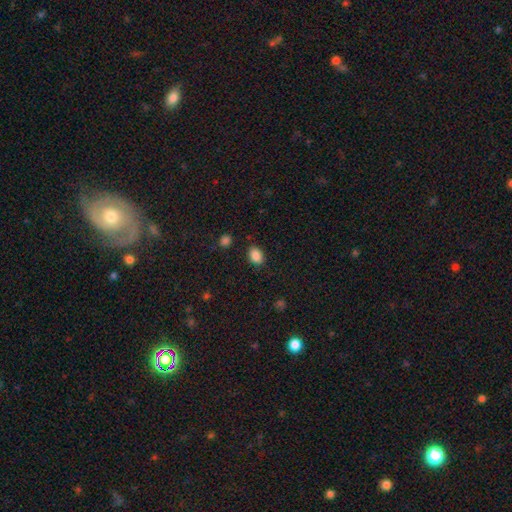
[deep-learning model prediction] A smooth galaxy with no disk features (87%) that is in between round and cigar-shaped (74%). Merging: none (84%).